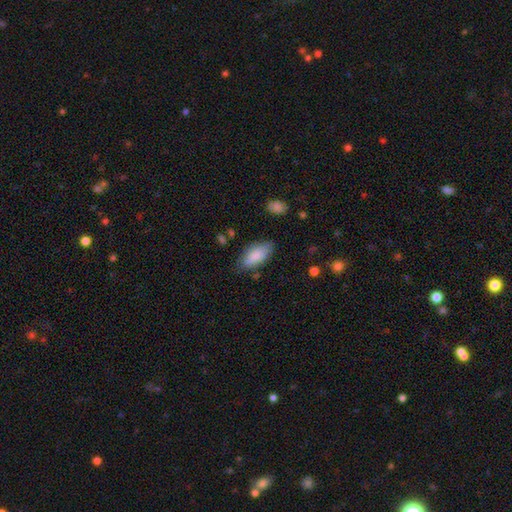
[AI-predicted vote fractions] smooth 84%, featured or disk 10%, star or artifact 6%. Down the decision tree: how rounded — in between (87%); merging — none (72%).